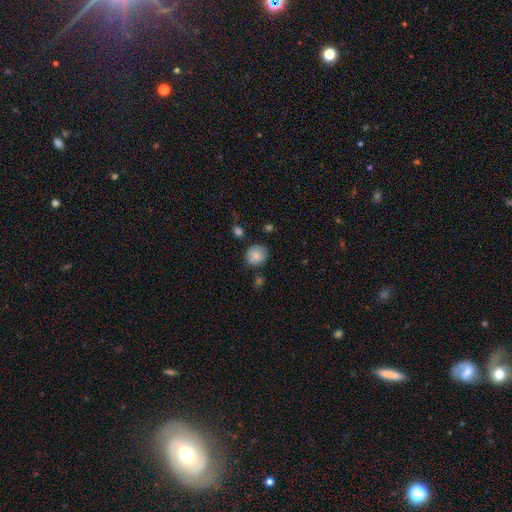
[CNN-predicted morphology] Overall: smooth (82%). How rounded: round (79%). Merging: none (72%).